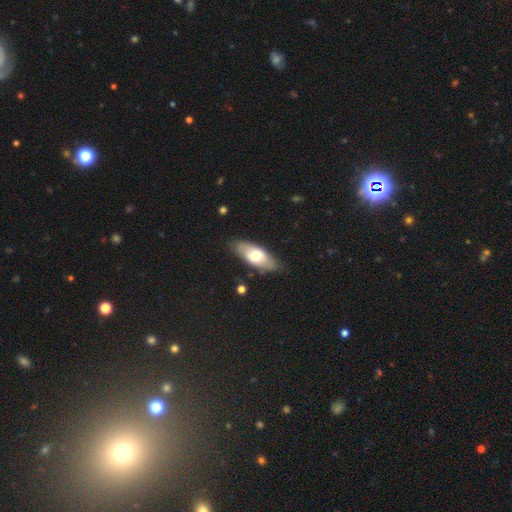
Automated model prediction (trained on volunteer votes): Smooth or featured?
  - smooth: 63% *
  - featured or disk: 31%
  - star or artifact: 6%
How rounded?
  - in between: 82% *
  - cigar-shaped: 16%
  - round: 2%
Merging?
  - none: 80% *
  - minor disturbance: 15%
  - major disturbance: 3%
  - merger: 2%